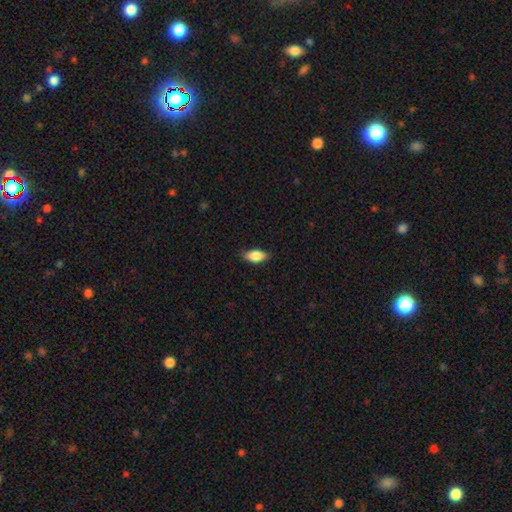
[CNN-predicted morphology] Smooth or featured? Predicted: smooth (p=0.83). How rounded? Predicted: in between (p=0.88). Merging? Predicted: none (p=0.81).